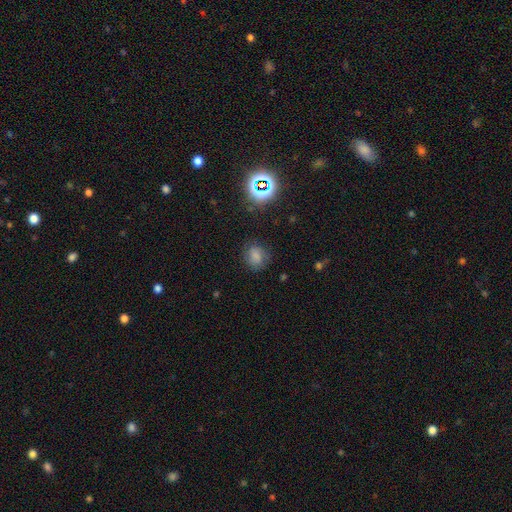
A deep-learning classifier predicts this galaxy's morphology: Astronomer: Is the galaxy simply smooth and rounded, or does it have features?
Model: smooth — 67%.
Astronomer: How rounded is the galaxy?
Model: round — 60% (runner-up: in between, 38%).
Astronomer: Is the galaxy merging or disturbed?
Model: none — 74%.